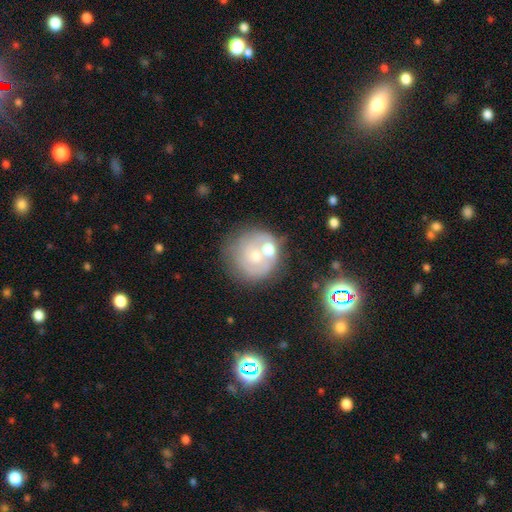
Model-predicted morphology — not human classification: Smooth or featured? featured or disk (46%)
Merging? none (53%)